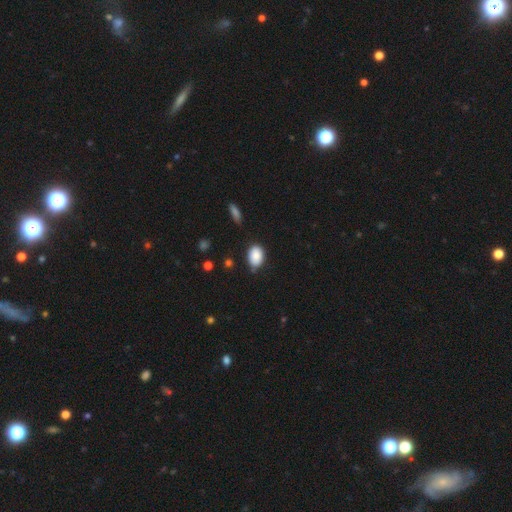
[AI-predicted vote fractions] The model was most divided on "merging": none: 73%, minor disturbance: 22%, major disturbance: 4%, merger: 2%. More confident: smooth or featured — smooth (86%); how rounded — in between (81%).